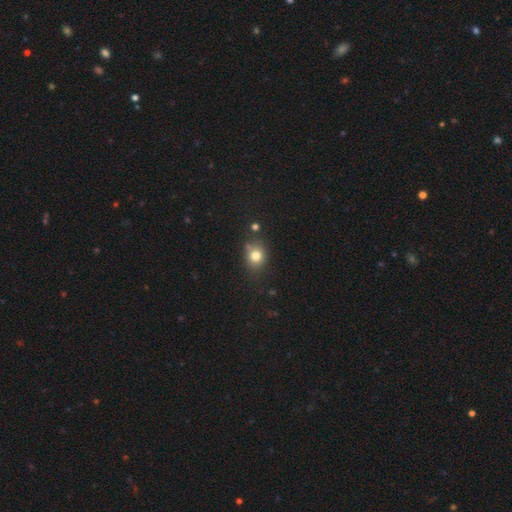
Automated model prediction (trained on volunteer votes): The model was most divided on "how rounded": round: 62%, in between: 37%, cigar-shaped: 1%. More confident: smooth or featured — smooth (78%); merging — none (70%).